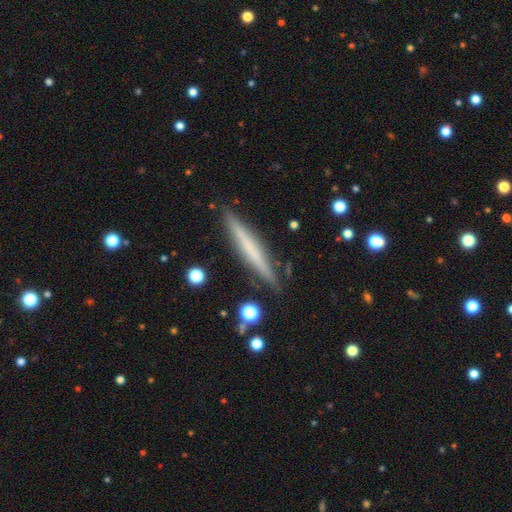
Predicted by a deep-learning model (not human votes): smooth_or_featured: smooth (p=0.48) [alt: featured or disk p=0.46]
merging: none (p=0.88) [alt: minor disturbance p=0.08]